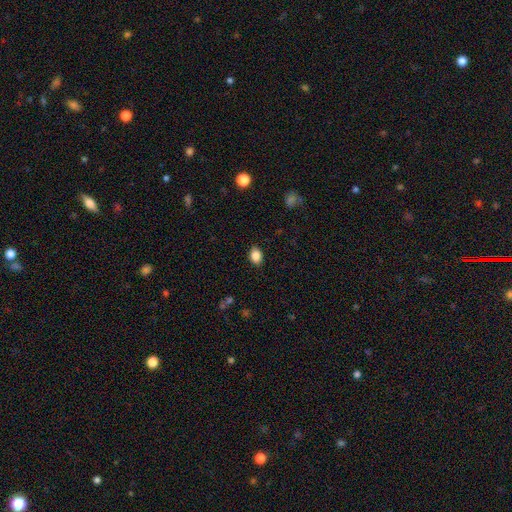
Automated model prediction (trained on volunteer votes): A smooth galaxy with no disk features (86%) that is in between round and cigar-shaped (68%).

Vote fractions:
- Smooth or featured? smooth: 86% / star or artifact: 9% / featured or disk: 5%
- How rounded? in between: 68% / round: 30% / cigar-shaped: 1%
- Merging? none: 86% / minor disturbance: 10% / major disturbance: 2% / merger: 1%